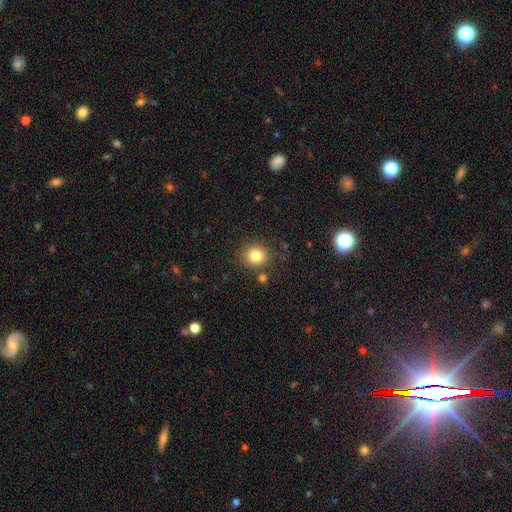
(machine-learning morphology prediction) smooth-or-featured: smooth: 82% | star or artifact: 12% | featured or disk: 7%
  how-rounded: round: 86% | in between: 14% | cigar-shaped: 1%
  merging: none: 82% | minor disturbance: 9% | merger: 5% | major disturbance: 3%